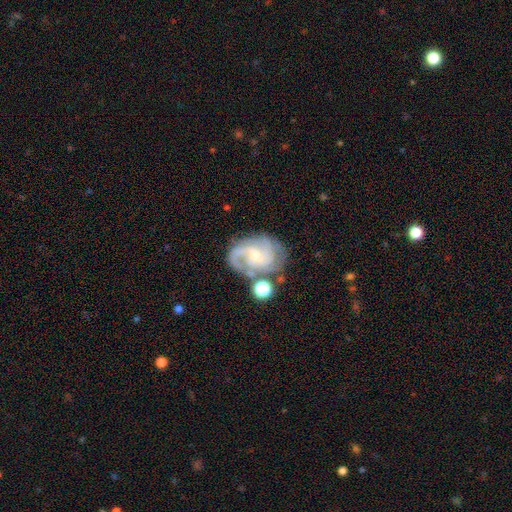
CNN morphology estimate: smooth-or-featured: featured or disk: 85% | smooth: 8% | star or artifact: 6%
  disk-edge-on: no: 98% | yes: 2%
    bar: no: 53% | weak: 38% | strong: 8%
    has-spiral-arms: yes: 97% | no: 3%
      spiral-winding: medium: 46% | tight: 40% | loose: 13%
      spiral-arm-count: 2: 35% | 3: 31% | can't tell: 17% | 4: 7% | 1: 6% | more than 4: 4%
    bulge-size: small: 70% | moderate: 25% | none: 3% | large: 1% | dominant: 1%
  merging: none: 61% | minor disturbance: 19% | major disturbance: 10% | merger: 9%